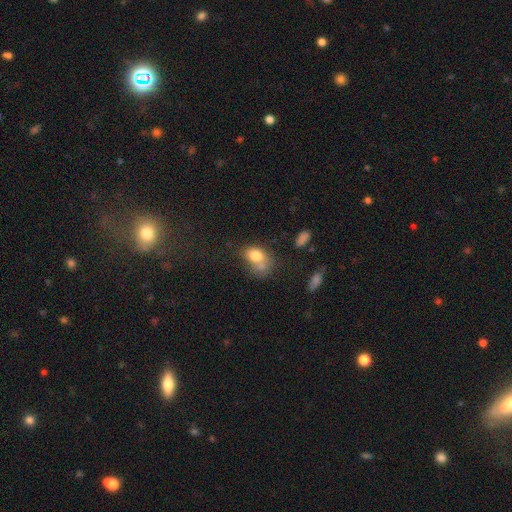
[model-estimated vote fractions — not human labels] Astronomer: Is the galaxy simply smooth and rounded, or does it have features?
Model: smooth — 75%.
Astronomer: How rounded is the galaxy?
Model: in between — 69%.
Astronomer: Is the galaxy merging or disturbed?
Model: merger — 34% (runner-up: none, 31%).